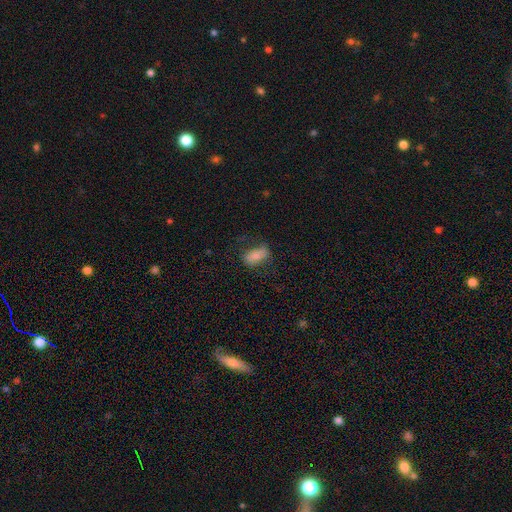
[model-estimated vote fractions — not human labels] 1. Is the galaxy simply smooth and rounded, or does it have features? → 76% smooth, 15% featured or disk, 9% star or artifact.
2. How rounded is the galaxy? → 89% in between, 6% cigar-shaped, 5% round.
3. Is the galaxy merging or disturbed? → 62% none, 22% minor disturbance, 14% major disturbance, 2% merger.